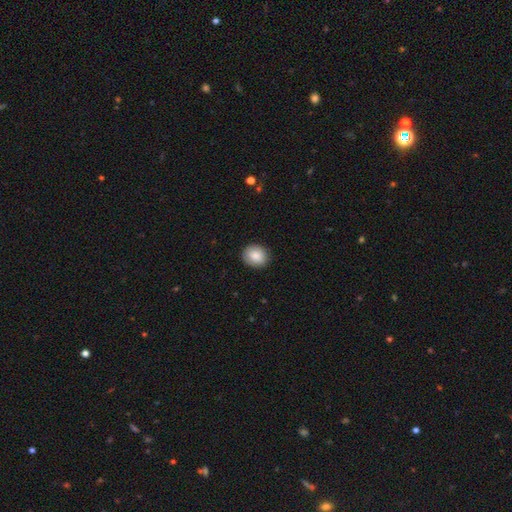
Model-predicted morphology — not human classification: This is clearly a smooth galaxy (83%). How rounded: likely round (70%). Merging: clearly none (86%).